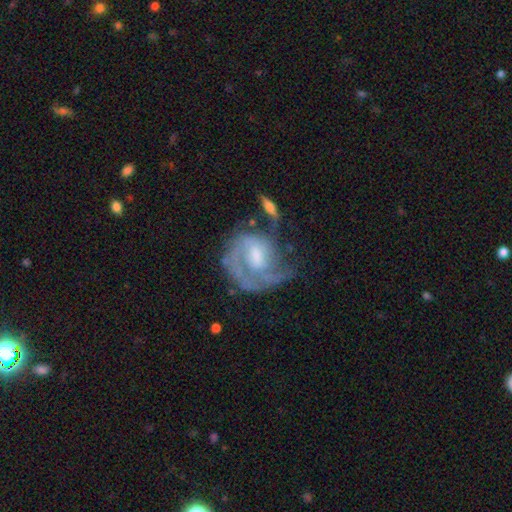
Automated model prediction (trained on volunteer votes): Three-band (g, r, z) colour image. It shows a featured or disk galaxy (81%) with a weak bar (52%), 1 (41%) tight (48%) spiral arms (90%) and a moderate central bulge (45%). Merging: none (44%).